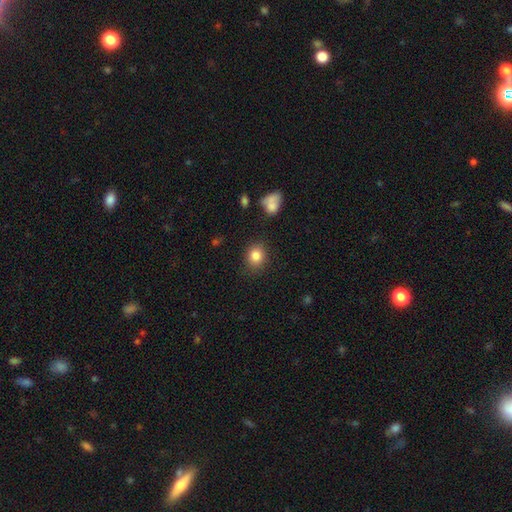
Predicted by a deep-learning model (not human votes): A smooth galaxy with no disk features (84%) that is round (73%).

Vote fractions:
- Smooth or featured? smooth: 84% / star or artifact: 10% / featured or disk: 6%
- How rounded? round: 73% / in between: 26% / cigar-shaped: 1%
- Merging? none: 84% / minor disturbance: 10% / major disturbance: 3% / merger: 2%